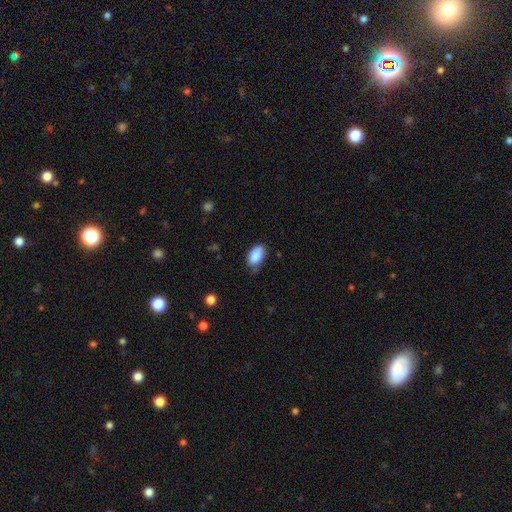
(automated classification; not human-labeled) Q: Smooth or featured?
A: smooth (87%); runner-up: star or artifact (7%)
Q: How rounded?
A: in between (92%); runner-up: round (6%)
Q: Merging?
A: none (60%); runner-up: minor disturbance (31%)